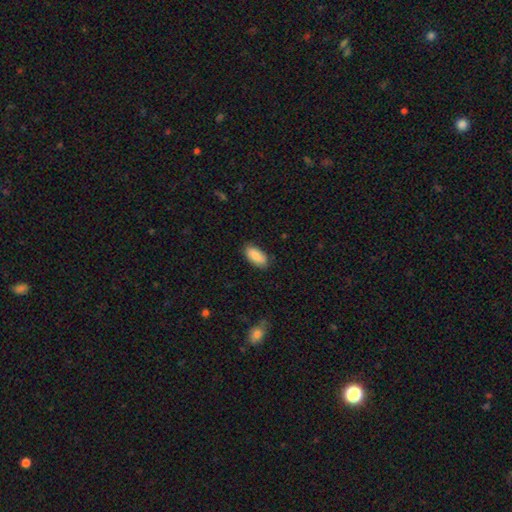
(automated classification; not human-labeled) This appears to be a smooth galaxy with no disk features (88%) that is in between round and cigar-shaped (90%). Merging: none (87%).